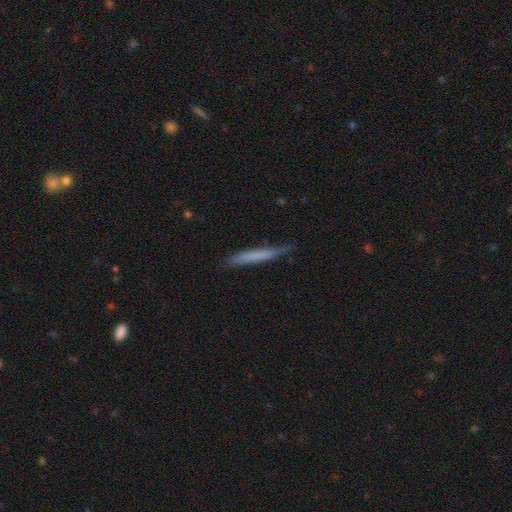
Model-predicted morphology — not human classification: This appears to be a smooth galaxy with no disk features (64%) that is cigar-shaped (96%). Merging: none (75%).